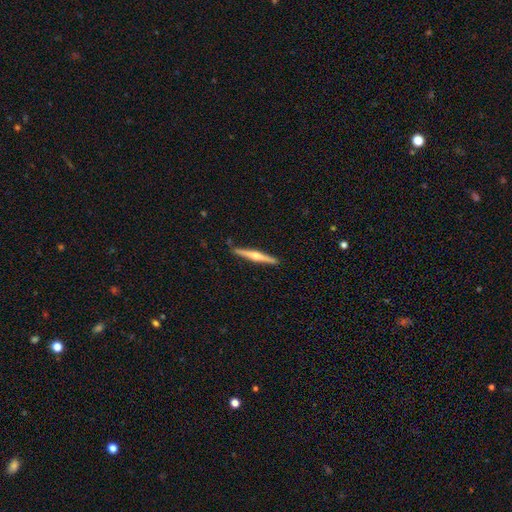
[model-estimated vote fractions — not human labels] smooth_or_featured: featured or disk (p=0.69) [alt: smooth p=0.25]
disk_edge_on: yes (p=0.98) [alt: no p=0.02]
edge_on_bulge: rounded (p=0.88) [alt: none p=0.08]
merging: none (p=0.89) [alt: minor disturbance p=0.08]